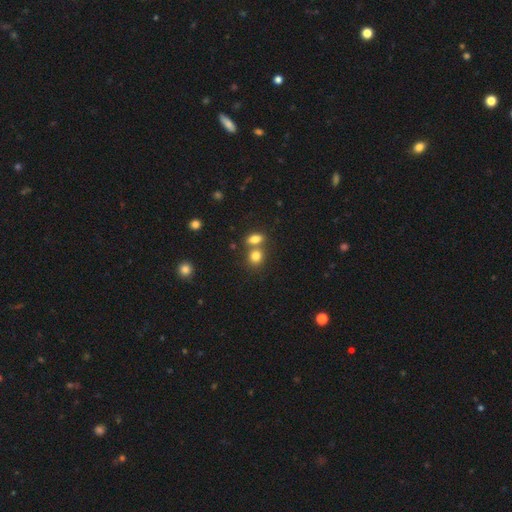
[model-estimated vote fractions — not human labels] Smooth or featured? smooth (80%)
How rounded? round (58%)
Merging? none (48%)